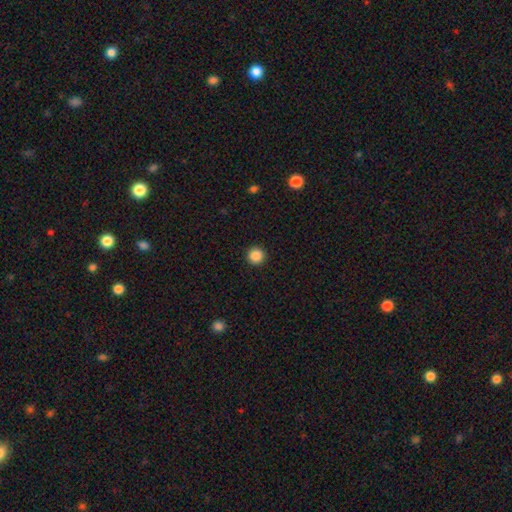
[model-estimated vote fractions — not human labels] A smooth galaxy with no disk features (87%) that is round (96%).

Vote fractions:
- Smooth or featured? smooth: 87% / star or artifact: 10% / featured or disk: 3%
- How rounded? round: 96% / in between: 3% / cigar-shaped: 1%
- Merging? none: 93% / minor disturbance: 4% / major disturbance: 2% / merger: 1%